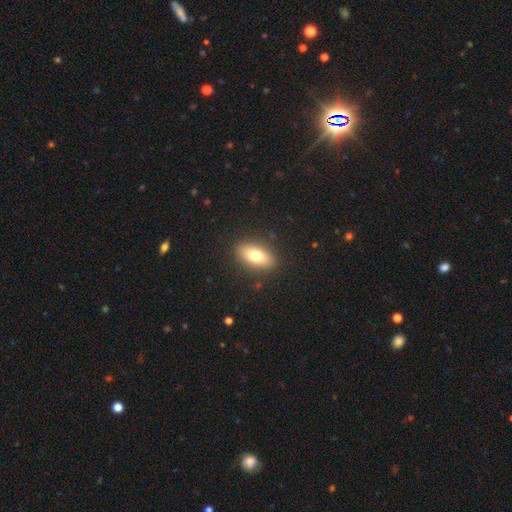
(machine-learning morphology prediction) Smooth or featured? Predicted: smooth (p=0.75). How rounded? Predicted: in between (p=0.86). Merging? Predicted: none (p=0.88).